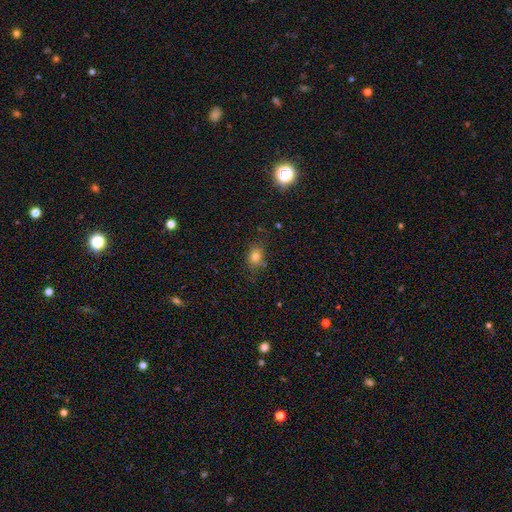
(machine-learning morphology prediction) type=smooth (76%); roundness=in between (54%); merging=none (76%).